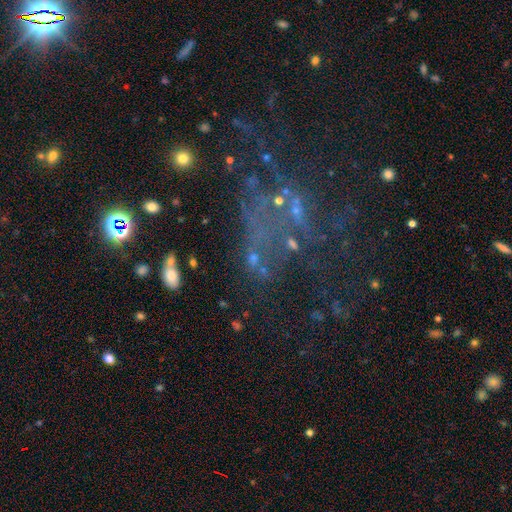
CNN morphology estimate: A star or artifact, not a galaxy (42%).